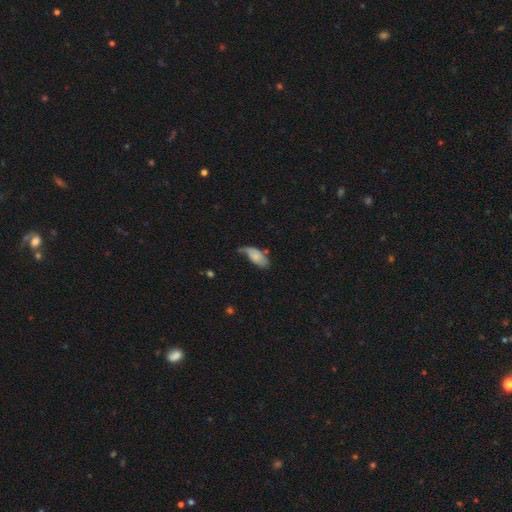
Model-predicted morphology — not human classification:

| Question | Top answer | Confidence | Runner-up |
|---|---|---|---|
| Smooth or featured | smooth | 64% | featured or disk (29%) |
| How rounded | in between | 90% | cigar-shaped (7%) |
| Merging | minor disturbance | 38% | none (33%) |